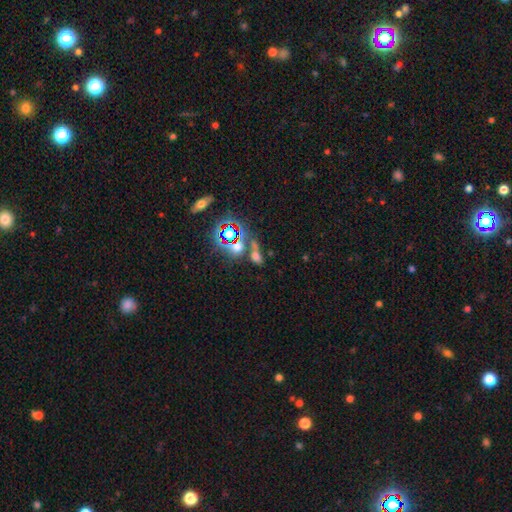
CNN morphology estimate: smooth-or-featured: smooth: 51% | star or artifact: 37% | featured or disk: 12%
  how-rounded: in between: 63% | round: 27% | cigar-shaped: 10%
  merging: none: 46% | merger: 34% | minor disturbance: 11% | major disturbance: 9%